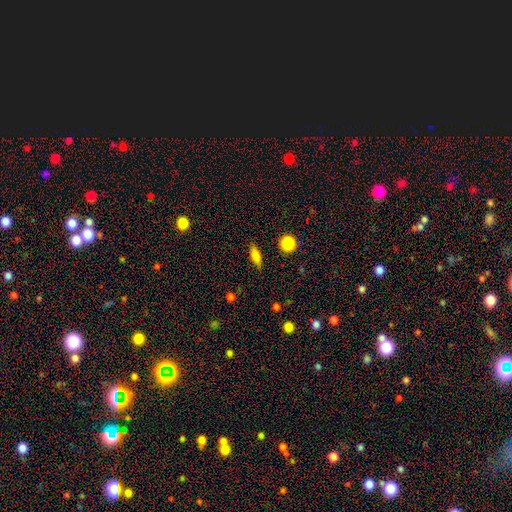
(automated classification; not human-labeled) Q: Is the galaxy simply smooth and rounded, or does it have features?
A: smooth — 71%.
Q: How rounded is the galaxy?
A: in between — 59%.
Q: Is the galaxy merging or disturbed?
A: none — 83%.